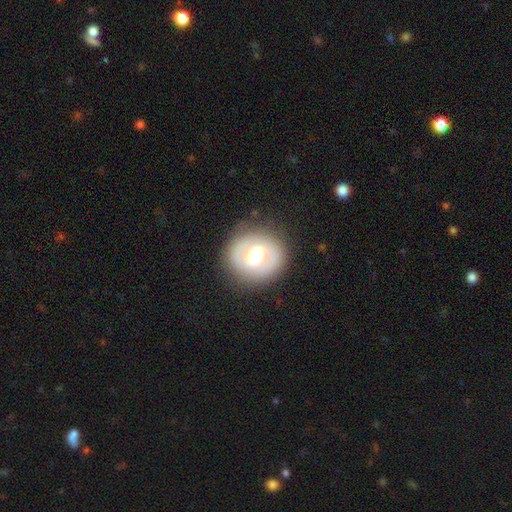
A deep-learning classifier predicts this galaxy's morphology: smooth_or_featured: smooth (p=0.52) [alt: featured or disk p=0.39]
how_rounded: round (p=0.85) [alt: in between p=0.14]
merging: none (p=0.82) [alt: minor disturbance p=0.11]